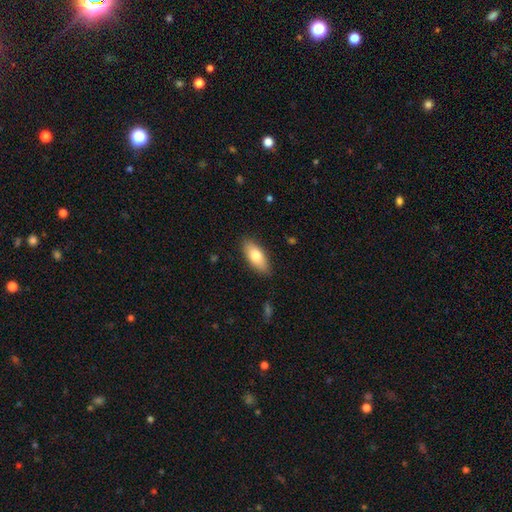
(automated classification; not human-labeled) A smooth galaxy with no disk features (76%) that is in between round and cigar-shaped (84%).

Vote fractions:
- Smooth or featured? smooth: 76% / featured or disk: 18% / star or artifact: 6%
- How rounded? in between: 84% / cigar-shaped: 14% / round: 3%
- Merging? none: 85% / minor disturbance: 12% / major disturbance: 2% / merger: 1%